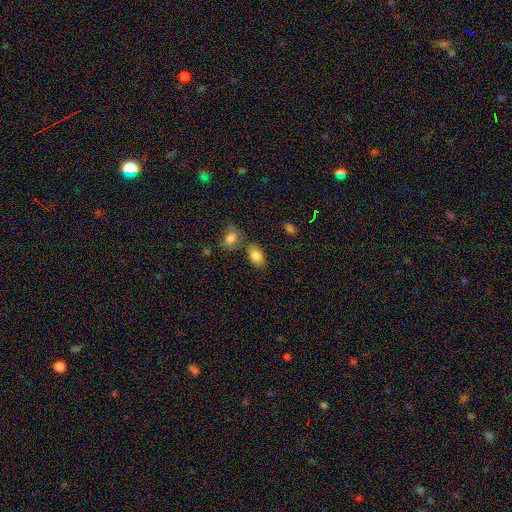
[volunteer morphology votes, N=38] A smooth galaxy with no disk features (89%) that is in between round and cigar-shaped (100%).

Vote fractions:
- Smooth or featured? smooth: 89% / star or artifact: 8% / featured or disk: 3%
- How rounded? in between: 100% / round: 0% / cigar-shaped: 0%
- Merging? none: 63% / merger: 20% / minor disturbance: 14% / major disturbance: 3%